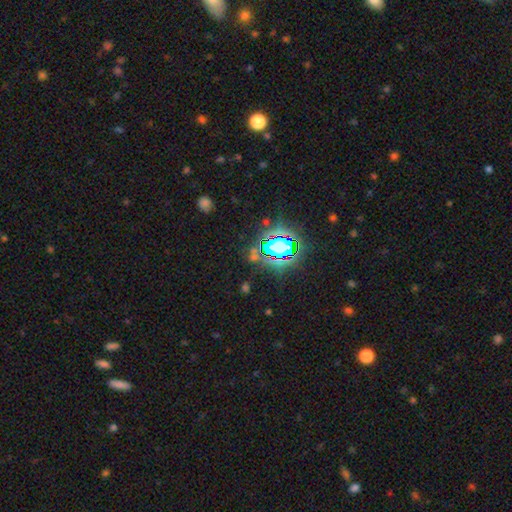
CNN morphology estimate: A star or artifact, not a galaxy (75%).